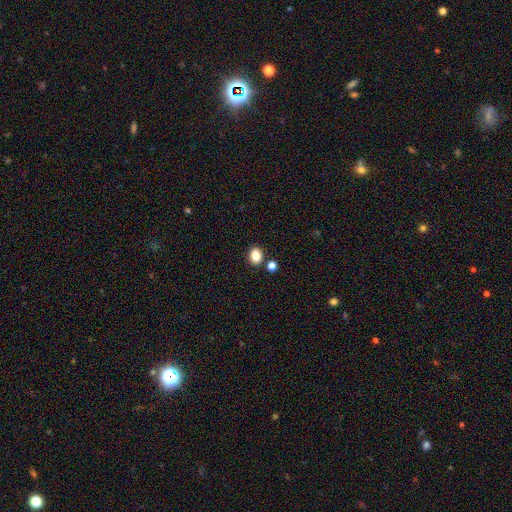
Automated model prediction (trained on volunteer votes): This is clearly a smooth galaxy (85%). How rounded: possibly in between (56%). Merging: clearly none (82%).